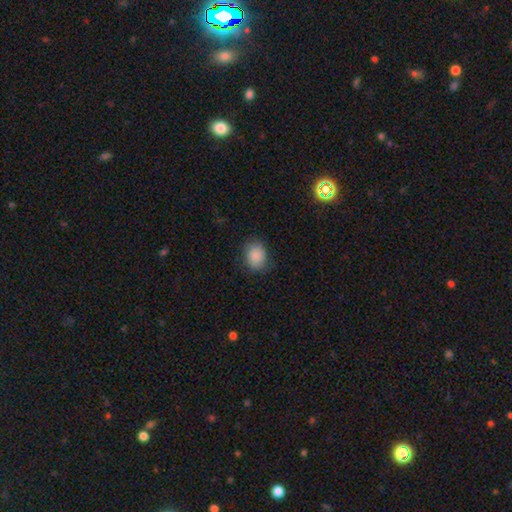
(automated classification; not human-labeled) This appears to be a smooth galaxy with no disk features (88%) that is in between round and cigar-shaped (51%). Merging: none (80%).